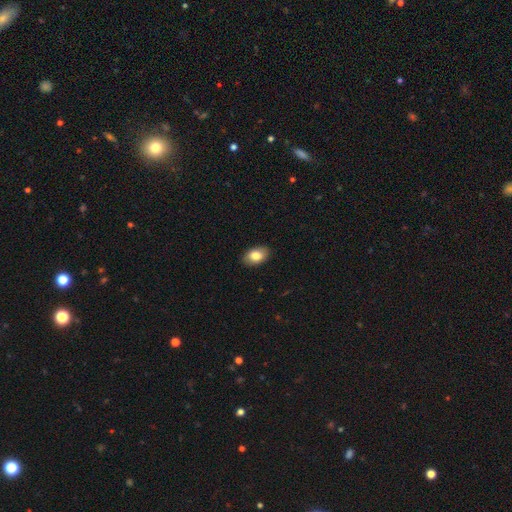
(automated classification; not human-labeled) A smooth galaxy with no disk features (83%) that is in between round and cigar-shaped (90%).

Vote fractions:
- Smooth or featured? smooth: 83% / featured or disk: 10% / star or artifact: 7%
- How rounded? in between: 90% / round: 9% / cigar-shaped: 1%
- Merging? none: 88% / minor disturbance: 9% / major disturbance: 2% / merger: 1%